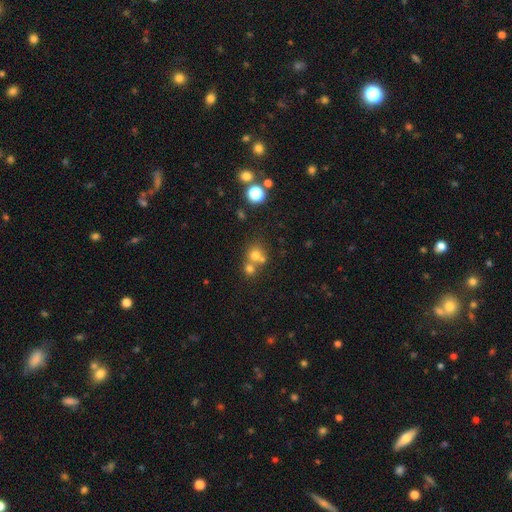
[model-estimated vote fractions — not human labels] Smooth or featured? Predicted: smooth (p=0.67). How rounded? Predicted: round (p=0.83). Merging? Predicted: merger (p=0.48).